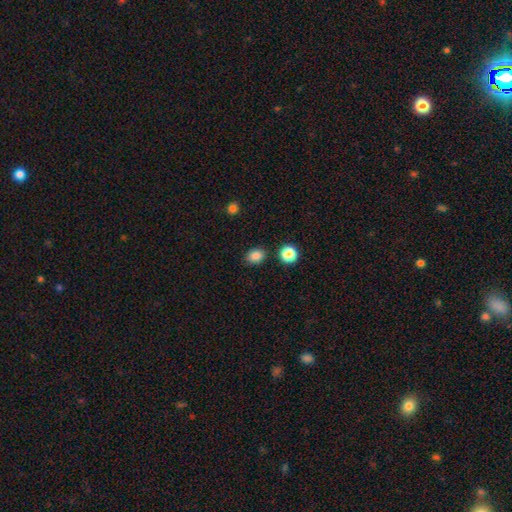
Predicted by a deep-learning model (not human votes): A smooth galaxy with no disk features (84%) that is round (52%). Merging: none (85%).